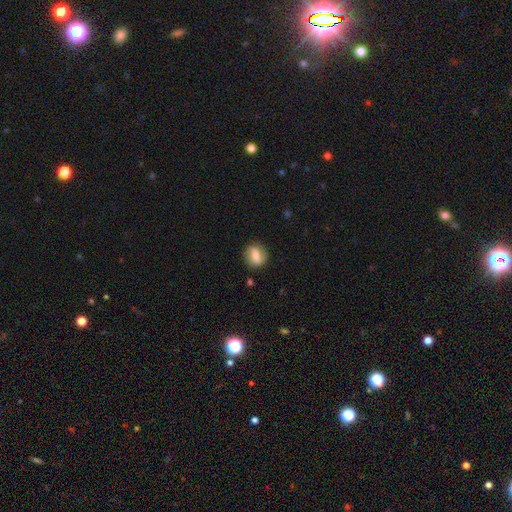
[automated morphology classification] smooth 61%, featured or disk 31%, star or artifact 8%. Down the decision tree: how rounded — round (53%); merging — none (80%).